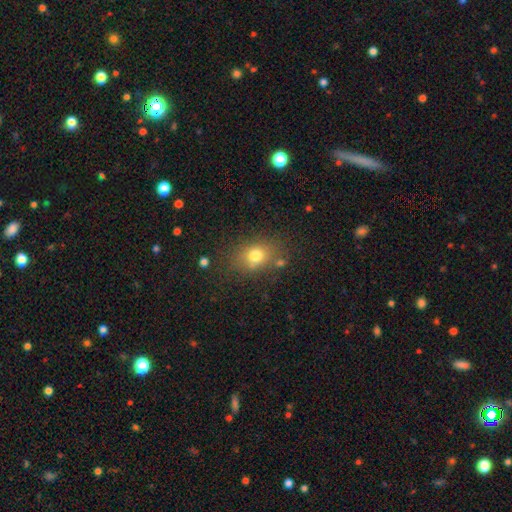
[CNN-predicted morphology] This is likely a smooth galaxy (74%). How rounded: possibly in between (55%). Merging: likely none (72%).